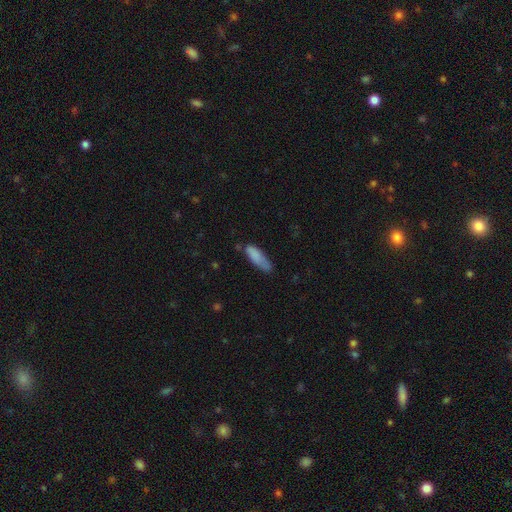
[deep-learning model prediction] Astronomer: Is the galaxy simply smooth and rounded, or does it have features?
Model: smooth — 83%.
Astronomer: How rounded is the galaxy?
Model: in between — 57% (runner-up: cigar-shaped, 42%).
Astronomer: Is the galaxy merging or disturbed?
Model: none — 55% (runner-up: minor disturbance, 33%).